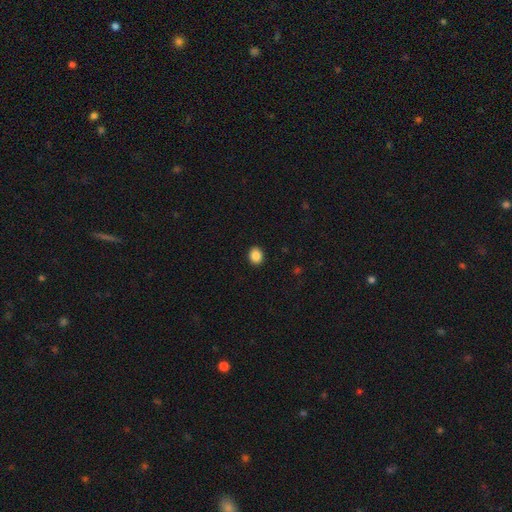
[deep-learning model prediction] A smooth galaxy with no disk features (88%) that is round (64%).

Vote fractions:
- Smooth or featured? smooth: 88% / star or artifact: 9% / featured or disk: 3%
- How rounded? round: 64% / in between: 35% / cigar-shaped: 1%
- Merging? none: 92% / minor disturbance: 5% / major disturbance: 2% / merger: 1%